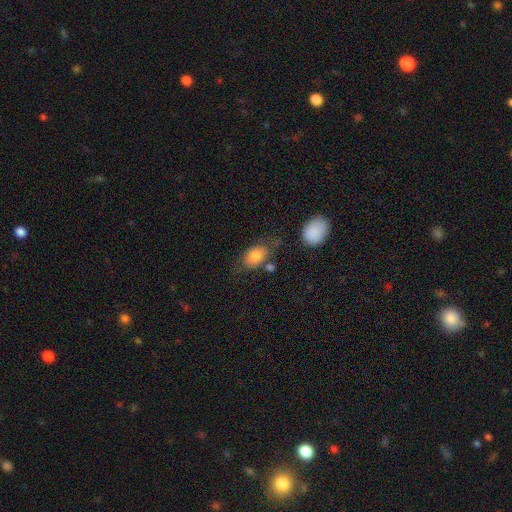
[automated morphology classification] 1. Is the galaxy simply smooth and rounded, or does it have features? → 81% smooth, 11% featured or disk, 8% star or artifact.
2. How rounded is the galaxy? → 84% in between, 14% round, 2% cigar-shaped.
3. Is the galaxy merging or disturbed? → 56% none, 23% minor disturbance, 10% major disturbance, 10% merger.